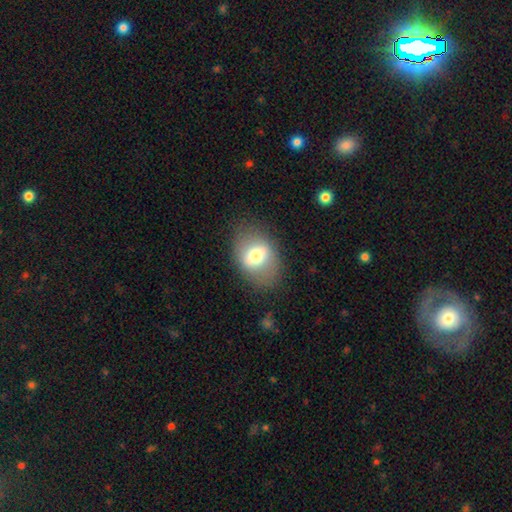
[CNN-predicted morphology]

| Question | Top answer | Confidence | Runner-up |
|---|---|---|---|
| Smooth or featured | smooth | 67% | featured or disk (24%) |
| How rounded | in between | 73% | round (26%) |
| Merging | none | 78% | minor disturbance (14%) |